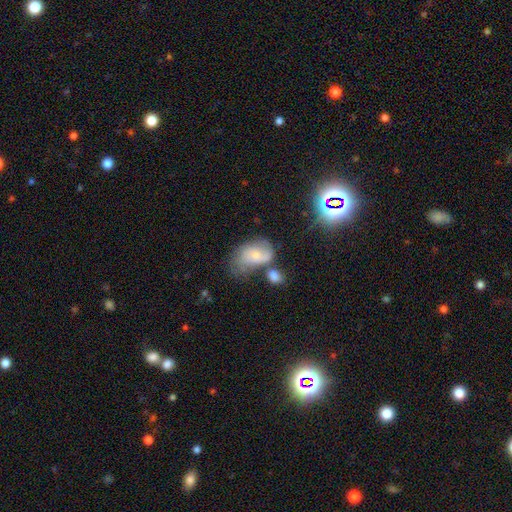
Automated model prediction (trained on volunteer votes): This appears to be a smooth galaxy with no disk features (52%) that is in between round and cigar-shaped (84%). Merging: none (27%).